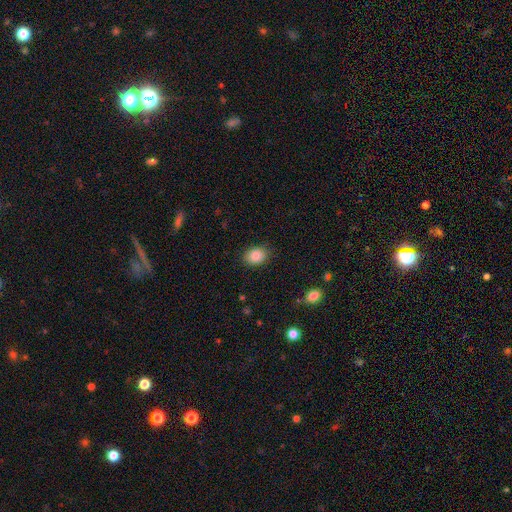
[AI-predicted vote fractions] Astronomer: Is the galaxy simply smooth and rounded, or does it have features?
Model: smooth — 86%.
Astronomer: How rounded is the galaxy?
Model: in between — 64%.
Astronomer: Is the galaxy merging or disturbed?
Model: none — 85%.